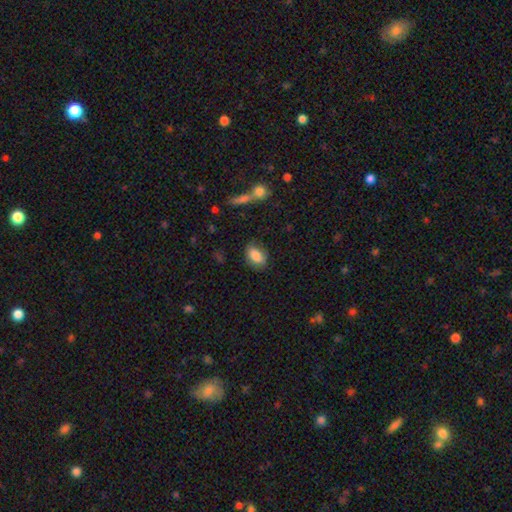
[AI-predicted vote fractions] Smooth or featured?
  - smooth: 83% *
  - featured or disk: 10%
  - star or artifact: 7%
How rounded?
  - in between: 86% *
  - round: 11%
  - cigar-shaped: 3%
Merging?
  - none: 79% *
  - minor disturbance: 15%
  - major disturbance: 4%
  - merger: 2%